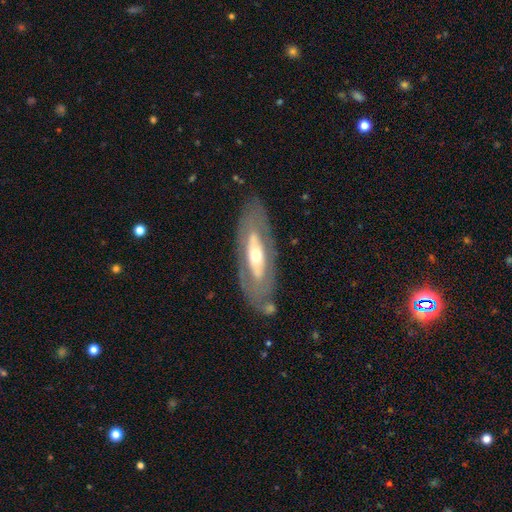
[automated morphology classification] Smooth or featured?
  - featured or disk: 65% *
  - smooth: 30%
  - star or artifact: 5%
Edge-on disk?
  - no: 76% *
  - yes: 24%
Merging?
  - none: 78% *
  - minor disturbance: 14%
  - major disturbance: 6%
  - merger: 3%